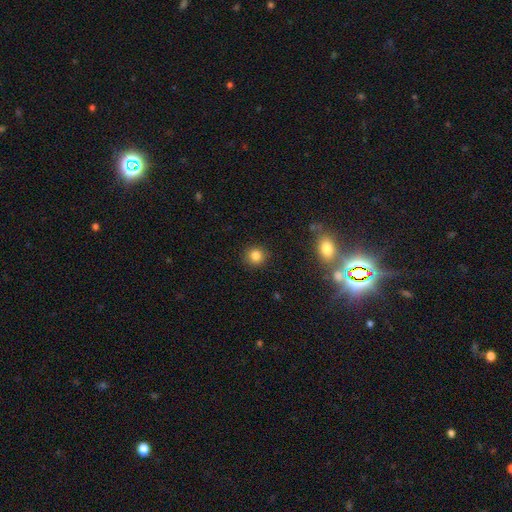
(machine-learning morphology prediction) smooth 84%, star or artifact 11%, featured or disk 5%. Down the decision tree: how rounded — round (91%); merging — none (90%).